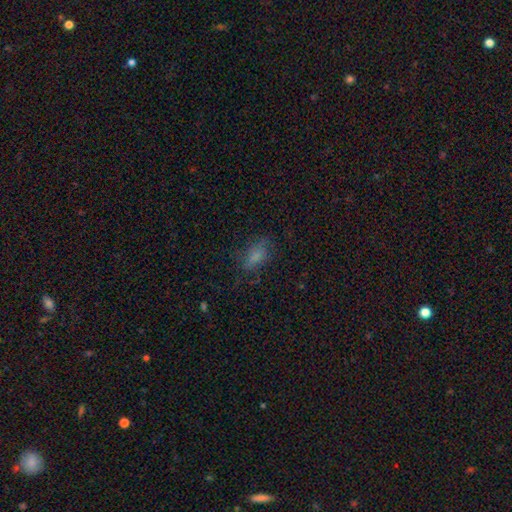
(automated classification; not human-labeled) Smooth or featured? smooth (69%)
How rounded? in between (81%)
Merging? none (61%)